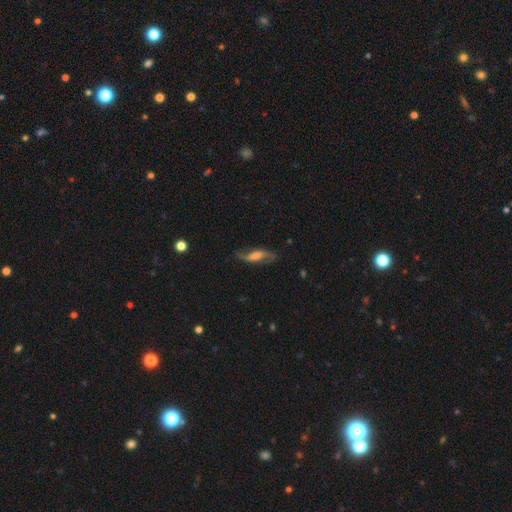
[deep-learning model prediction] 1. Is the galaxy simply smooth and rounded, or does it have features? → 74% featured or disk, 19% smooth, 7% star or artifact.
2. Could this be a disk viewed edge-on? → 83% no, 17% yes.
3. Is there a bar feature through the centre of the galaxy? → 42% weak, 33% no, 25% strong.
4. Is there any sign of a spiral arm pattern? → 93% yes, 7% no.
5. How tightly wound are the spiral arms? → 69% loose, 24% medium, 7% tight.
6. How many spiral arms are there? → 91% 2, 4% can't tell, 3% 1, 1% 3, 1% 4, 1% more than 4.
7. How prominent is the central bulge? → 36% moderate, 24% small, 19% large, 18% none, 3% dominant.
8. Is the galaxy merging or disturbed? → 74% none, 17% minor disturbance, 7% major disturbance, 2% merger.